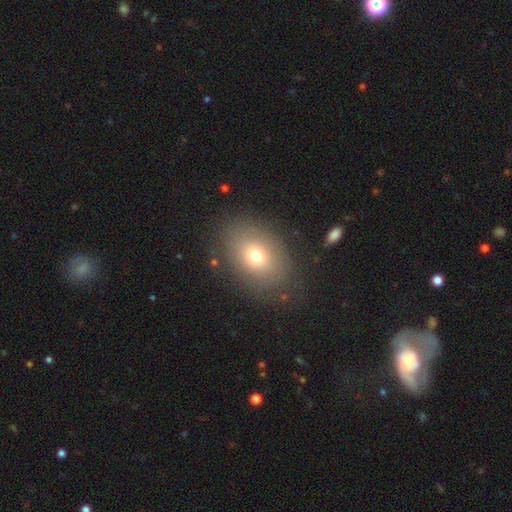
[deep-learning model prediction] Smooth or featured: smooth — 70% (featured or disk — 17%)
How rounded: in between — 71% (round — 28%)
Merging: none — 78% (minor disturbance — 13%)